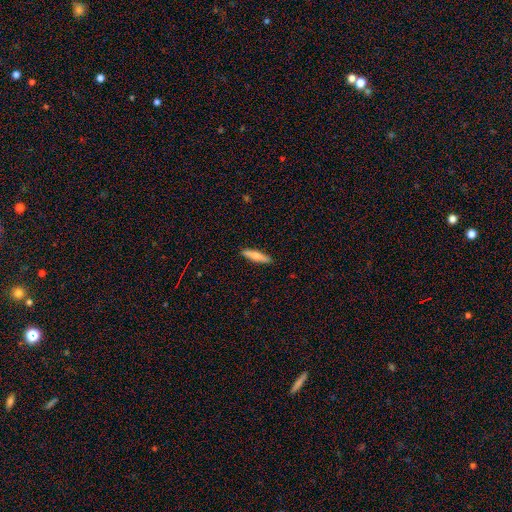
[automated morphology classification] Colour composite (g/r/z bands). It shows a smooth galaxy with no disk features (70%) that is cigar-shaped (82%). Merging: none (90%).